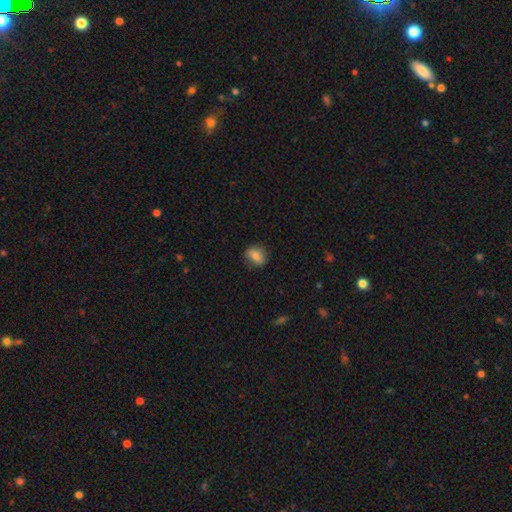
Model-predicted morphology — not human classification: Smooth or featured: smooth — 74% (featured or disk — 17%)
How rounded: in between — 60% (round — 36%)
Merging: none — 78% (minor disturbance — 17%)